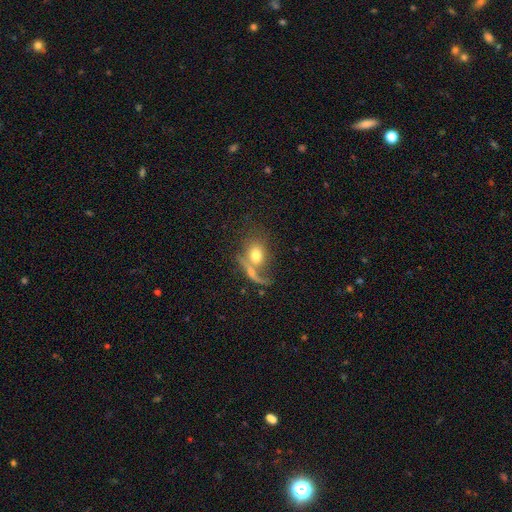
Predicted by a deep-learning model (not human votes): Smooth or featured? Predicted: smooth (p=0.64). How rounded? Predicted: in between (p=0.55). Merging? Predicted: merger (p=0.45).